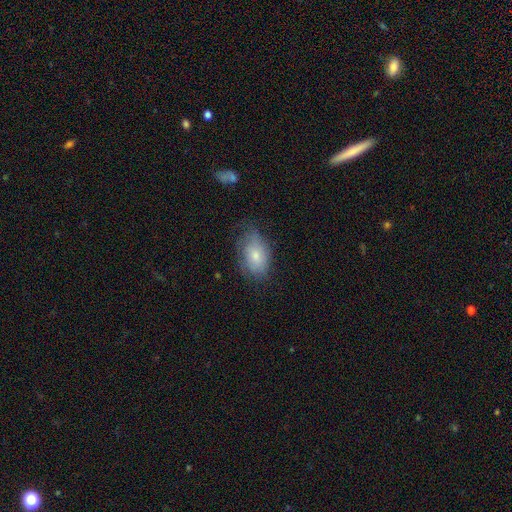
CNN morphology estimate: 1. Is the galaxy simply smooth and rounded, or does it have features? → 65% smooth, 27% featured or disk, 8% star or artifact.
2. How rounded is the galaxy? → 88% in between, 10% round, 2% cigar-shaped.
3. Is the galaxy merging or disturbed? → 57% none, 30% minor disturbance, 12% major disturbance, 1% merger.